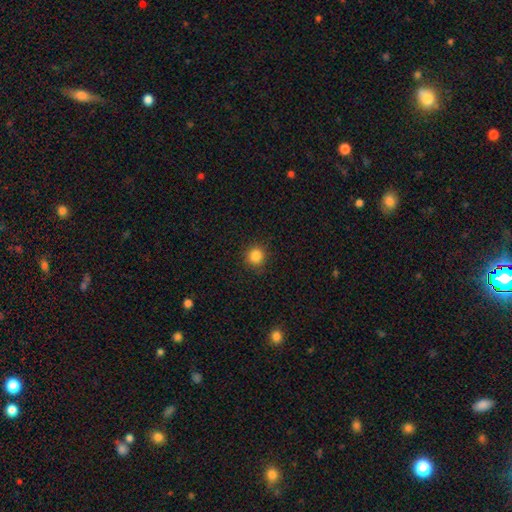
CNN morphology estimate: A smooth galaxy with no disk features (85%) that is round (92%). Merging: none (89%).